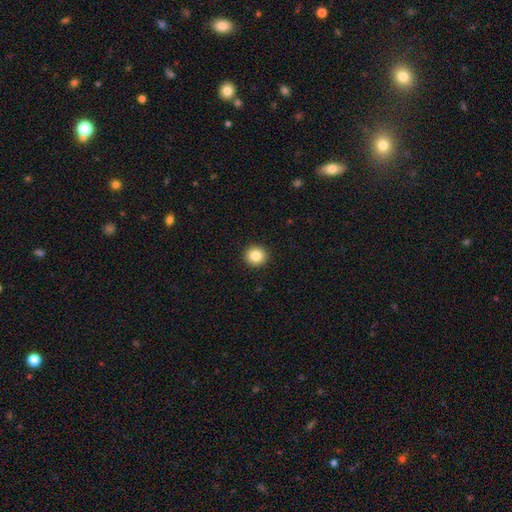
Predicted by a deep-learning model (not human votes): A smooth galaxy with no disk features (85%) that is round (93%). Merging: none (93%).